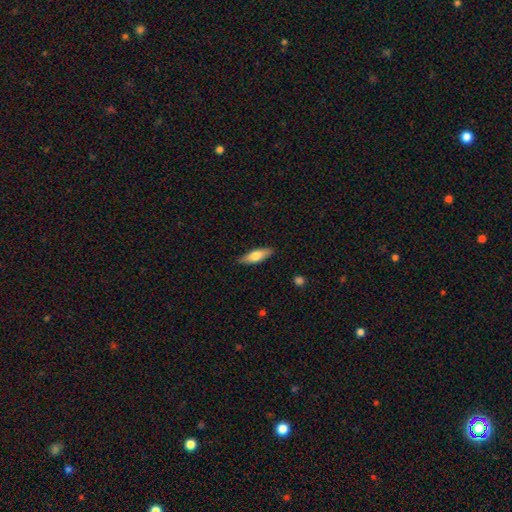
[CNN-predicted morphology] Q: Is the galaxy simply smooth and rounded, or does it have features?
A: smooth — 66%.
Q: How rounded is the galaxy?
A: in between — 52%.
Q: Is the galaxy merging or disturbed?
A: none — 87%.